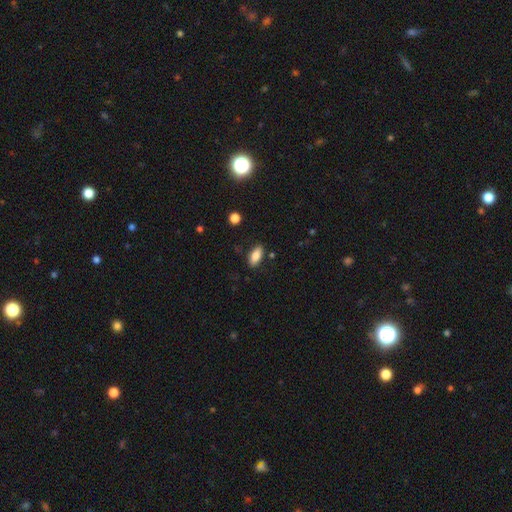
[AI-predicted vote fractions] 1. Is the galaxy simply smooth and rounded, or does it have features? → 84% smooth, 9% featured or disk, 8% star or artifact.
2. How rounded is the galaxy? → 86% in between, 11% cigar-shaped, 3% round.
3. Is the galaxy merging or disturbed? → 83% none, 12% minor disturbance, 3% major disturbance, 2% merger.